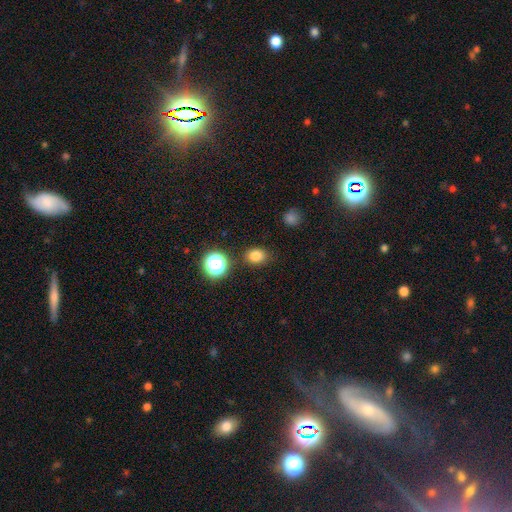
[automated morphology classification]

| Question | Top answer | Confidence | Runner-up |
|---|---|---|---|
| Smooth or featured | smooth | 81% | star or artifact (14%) |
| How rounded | in between | 53% | round (46%) |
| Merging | none | 84% | minor disturbance (10%) |